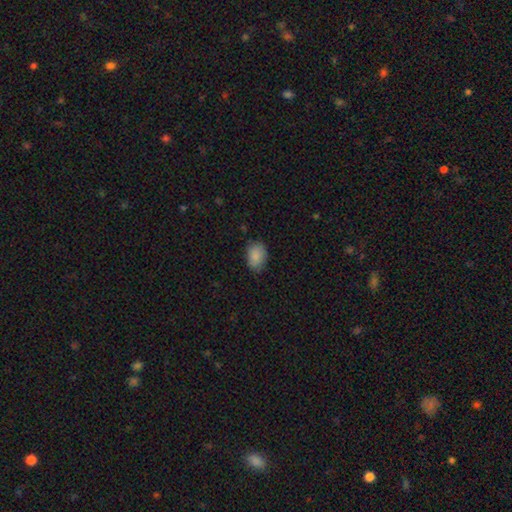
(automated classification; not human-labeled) smooth_or_featured: smooth (p=0.88) [alt: star or artifact p=0.07]
how_rounded: in between (p=0.76) [alt: round p=0.23]
merging: none (p=0.76) [alt: minor disturbance p=0.19]